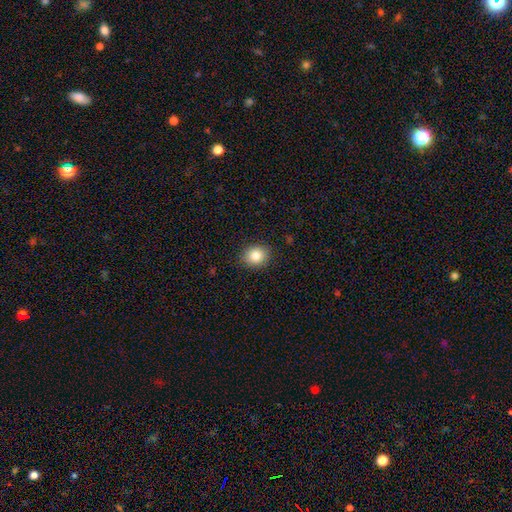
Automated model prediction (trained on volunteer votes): smooth 84%, star or artifact 9%, featured or disk 6%. Down the decision tree: how rounded — round (65%); merging — none (89%).